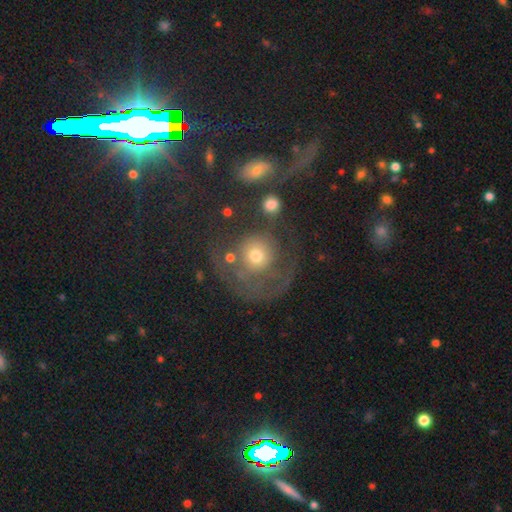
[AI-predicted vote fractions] Smooth or featured?
  - featured or disk: 45% *
  - smooth: 42%
  - star or artifact: 14%
Merging?
  - none: 40% *
  - major disturbance: 32%
  - minor disturbance: 17%
  - merger: 11%